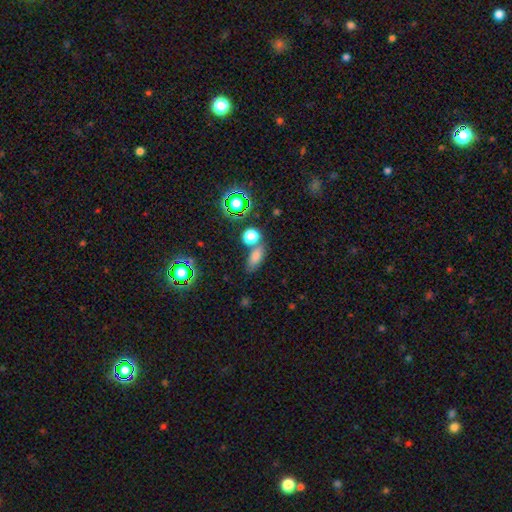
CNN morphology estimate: Smooth or featured?
  - smooth: 73% *
  - star or artifact: 18%
  - featured or disk: 9%
How rounded?
  - in between: 75% *
  - round: 14%
  - cigar-shaped: 11%
Merging?
  - none: 60% *
  - merger: 22%
  - minor disturbance: 13%
  - major disturbance: 5%